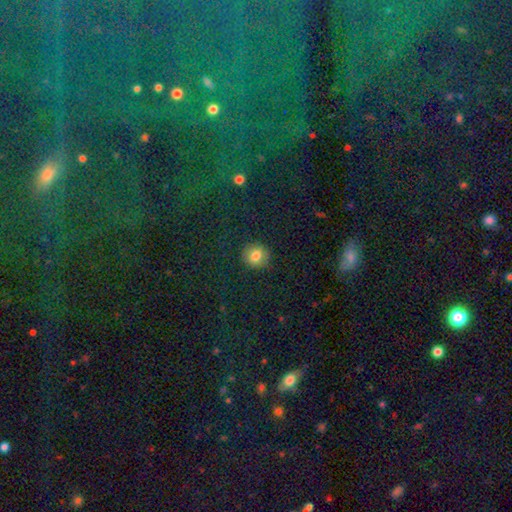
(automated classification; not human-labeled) A smooth galaxy with no disk features (80%) that is round (86%).

Vote fractions:
- Smooth or featured? smooth: 80% / star or artifact: 12% / featured or disk: 9%
- How rounded? round: 86% / in between: 13% / cigar-shaped: 1%
- Merging? none: 88% / minor disturbance: 8% / major disturbance: 3% / merger: 1%